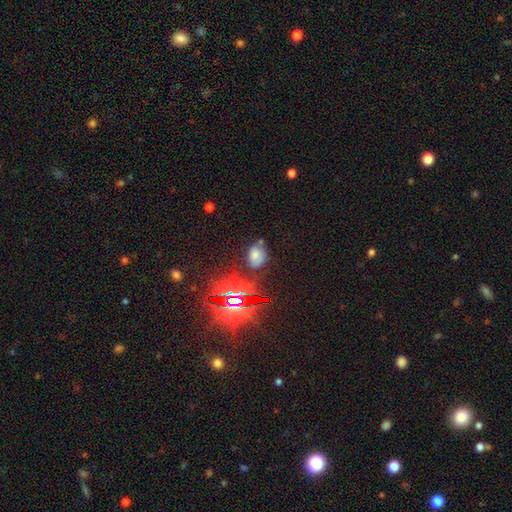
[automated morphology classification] smooth-or-featured: smooth: 53% | star or artifact: 29% | featured or disk: 18%
  how-rounded: in between: 77% | round: 22% | cigar-shaped: 1%
  merging: none: 61% | minor disturbance: 24% | major disturbance: 8% | merger: 7%